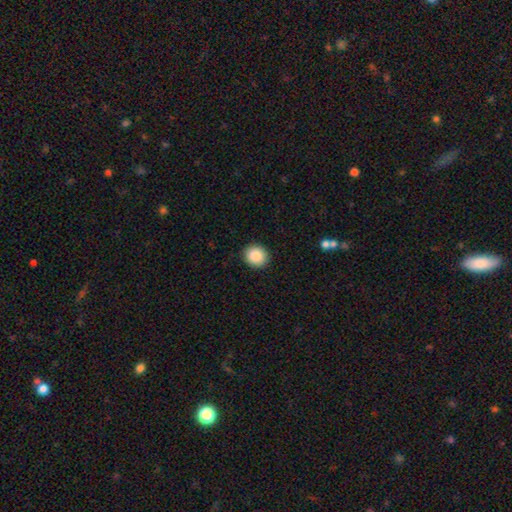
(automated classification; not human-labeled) Smooth or featured?
  - smooth: 89% *
  - star or artifact: 8%
  - featured or disk: 3%
How rounded?
  - round: 84% *
  - in between: 16%
  - cigar-shaped: 1%
Merging?
  - none: 91% *
  - minor disturbance: 6%
  - major disturbance: 2%
  - merger: 1%